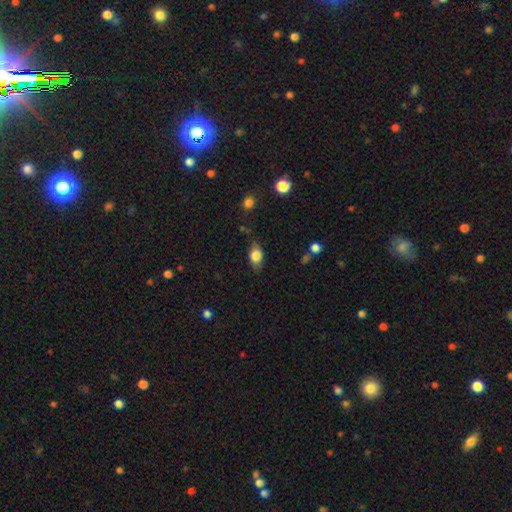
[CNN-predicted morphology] This appears to be a smooth galaxy with no disk features (79%) that is in between round and cigar-shaped (83%). Merging: none (72%).